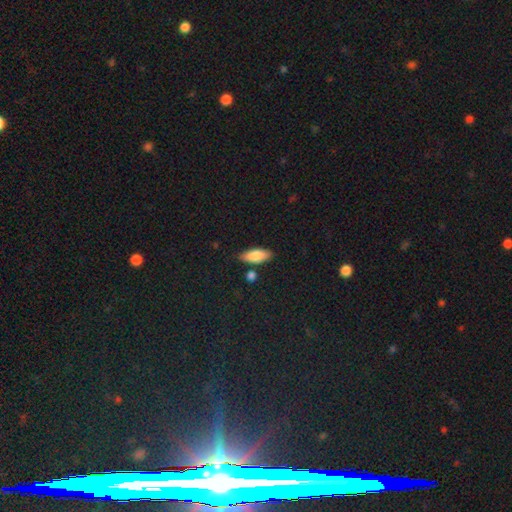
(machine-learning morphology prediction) This appears to be a smooth galaxy with no disk features (83%) that is in between round and cigar-shaped (76%). Merging: none (81%).